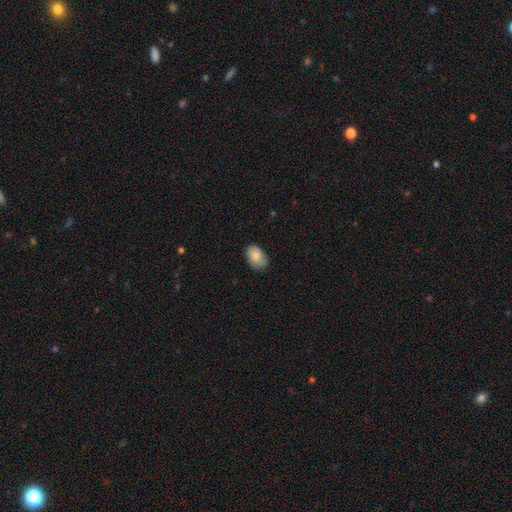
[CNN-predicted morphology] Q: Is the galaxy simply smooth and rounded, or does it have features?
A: smooth — 82%.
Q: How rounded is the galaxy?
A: in between — 85%.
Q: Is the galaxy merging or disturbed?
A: none — 69%.